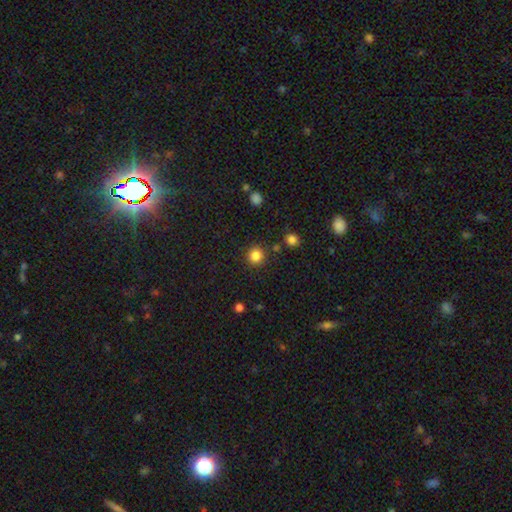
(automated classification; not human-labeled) Morphology: type=smooth (84%); roundness=round (93%); merging=none (88%).